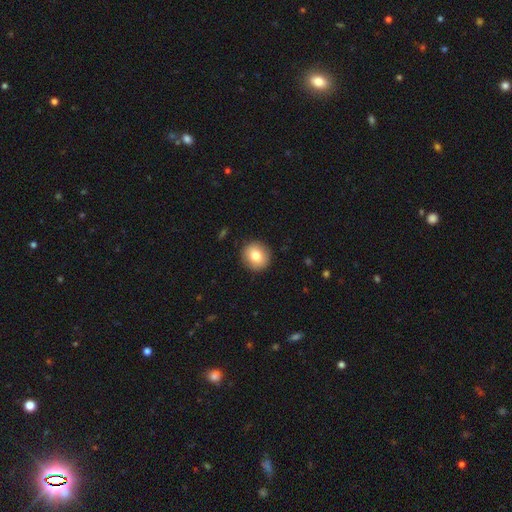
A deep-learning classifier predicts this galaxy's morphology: Overall: smooth (80%). How rounded: round (90%). Merging: none (91%).